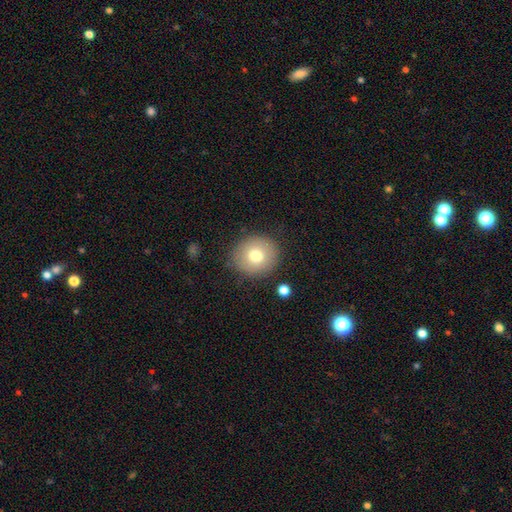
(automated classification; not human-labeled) This appears to be a smooth galaxy with no disk features (74%) that is round (88%). Merging: none (86%).